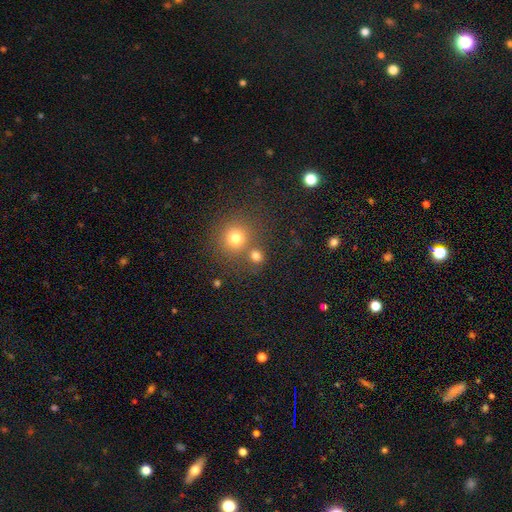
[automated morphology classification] A smooth galaxy with no disk features (77%) that is round (84%). Merging: none (65%).